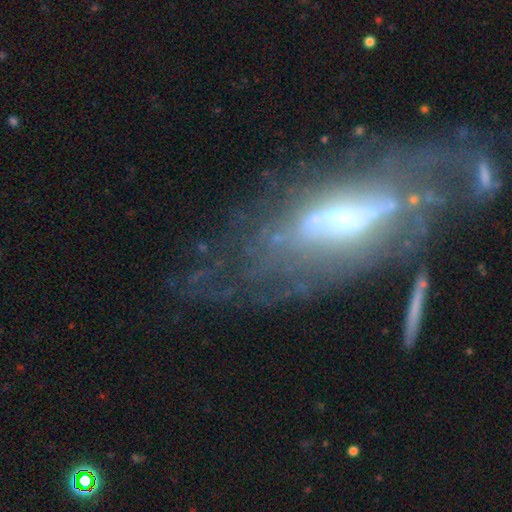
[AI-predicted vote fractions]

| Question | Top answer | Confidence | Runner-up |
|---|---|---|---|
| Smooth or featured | featured or disk | 75% | smooth (15%) |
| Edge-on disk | no | 78% | yes (22%) |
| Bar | no | 37% | weak (36%) |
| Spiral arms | yes | 64% | no (36%) |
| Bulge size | moderate | 46% | small (33%) |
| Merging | none | 48% | major disturbance (25%) |